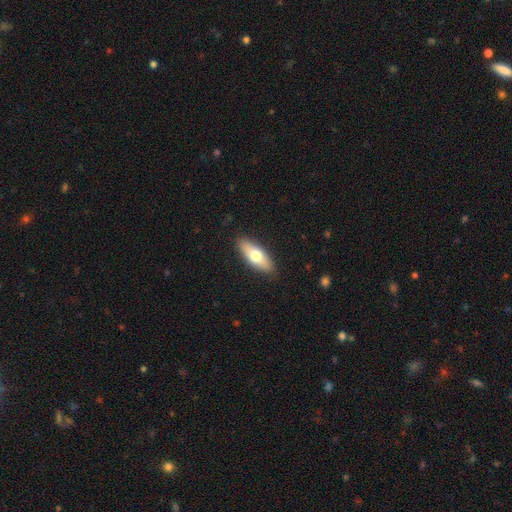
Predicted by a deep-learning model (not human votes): smooth-or-featured: smooth: 66% | featured or disk: 28% | star or artifact: 6%
  how-rounded: in between: 70% | cigar-shaped: 28% | round: 3%
  merging: none: 88% | minor disturbance: 9% | major disturbance: 2% | merger: 1%